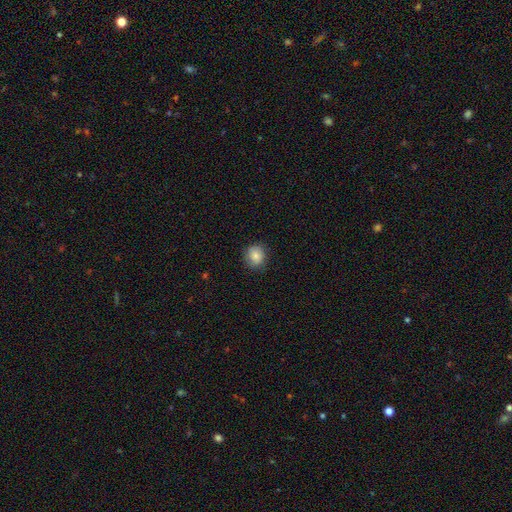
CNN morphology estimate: Smooth or featured?
  - smooth: 85% *
  - star or artifact: 9%
  - featured or disk: 6%
How rounded?
  - round: 77% *
  - in between: 22%
  - cigar-shaped: 1%
Merging?
  - none: 85% *
  - minor disturbance: 11%
  - major disturbance: 3%
  - merger: 1%